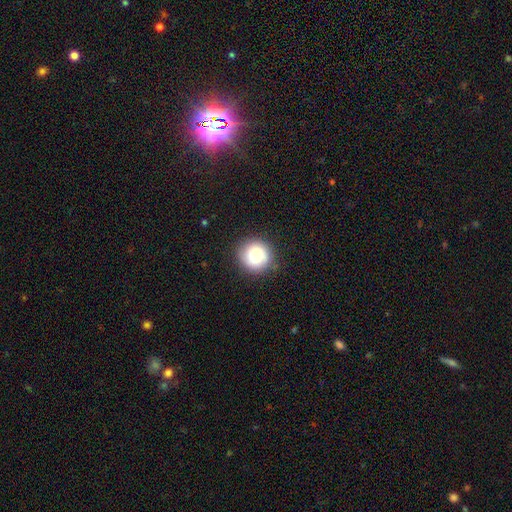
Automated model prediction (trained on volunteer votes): Overall: smooth (80%). How rounded: round (93%). Merging: none (85%).